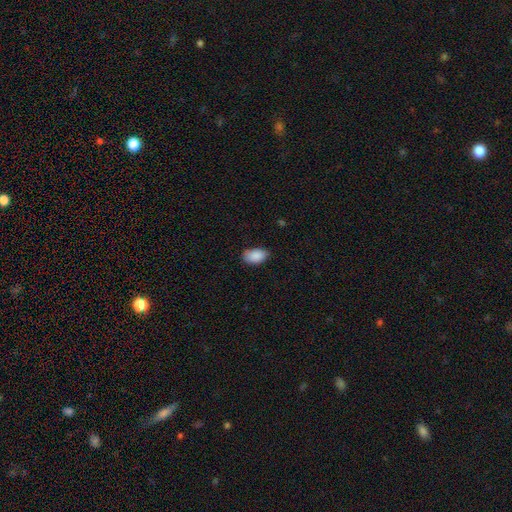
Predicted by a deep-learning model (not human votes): This appears to be a smooth galaxy with no disk features (90%) that is in between round and cigar-shaped (93%). Merging: none (77%).